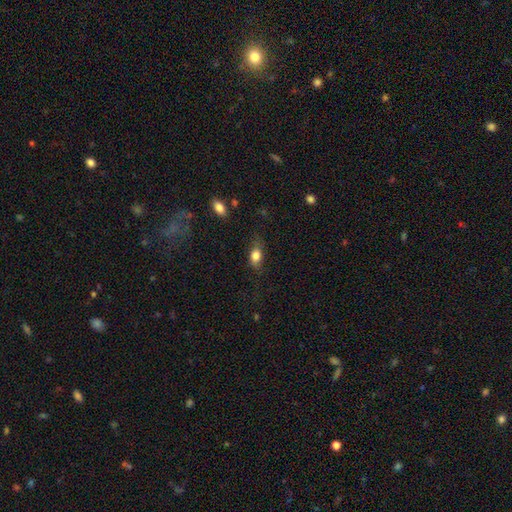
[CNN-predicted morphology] A smooth galaxy with no disk features (81%) that is in between round and cigar-shaped (79%). Merging: none (68%).